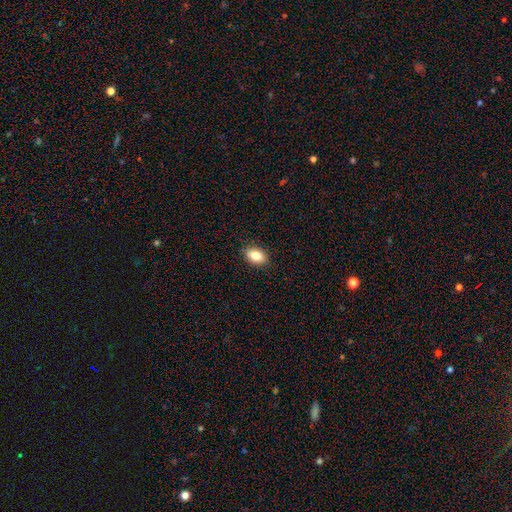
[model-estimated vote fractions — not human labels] smooth-or-featured: smooth: 84% | star or artifact: 8% | featured or disk: 7%
  how-rounded: in between: 83% | round: 16% | cigar-shaped: 2%
  merging: none: 88% | minor disturbance: 9% | major disturbance: 2% | merger: 1%